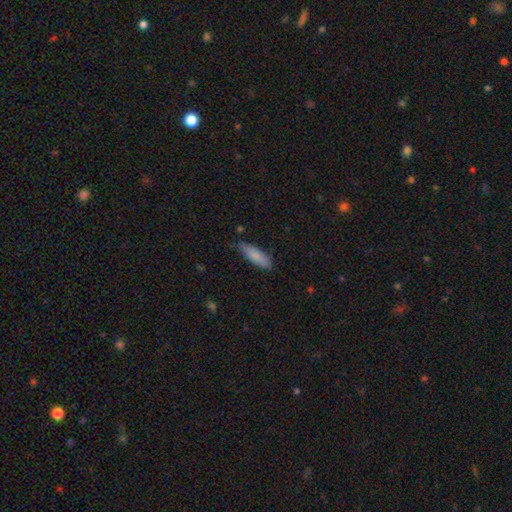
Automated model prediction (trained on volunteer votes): Smooth or featured? Predicted: smooth (p=0.84). How rounded? Predicted: cigar-shaped (p=0.51). Merging? Predicted: none (p=0.73).